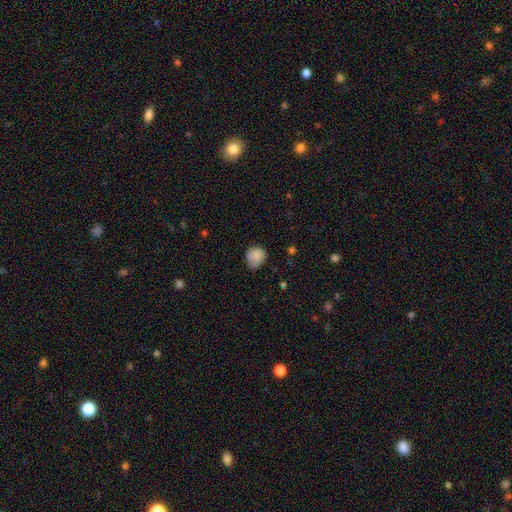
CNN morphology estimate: Q: Smooth or featured?
A: smooth (84%); runner-up: star or artifact (9%)
Q: How rounded?
A: round (70%); runner-up: in between (29%)
Q: Merging?
A: none (57%); runner-up: minor disturbance (34%)